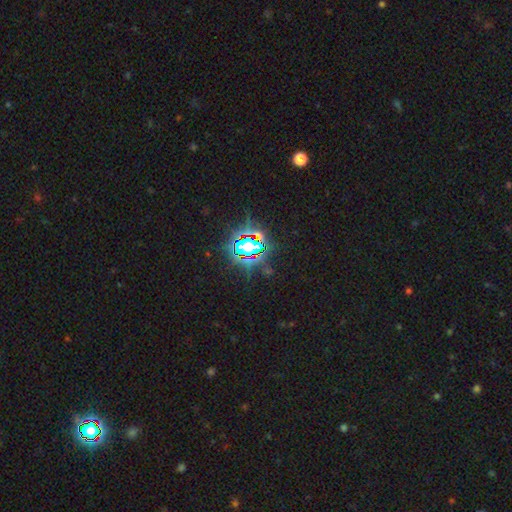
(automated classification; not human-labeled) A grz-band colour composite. It shows a star or artifact, not a galaxy (78%).